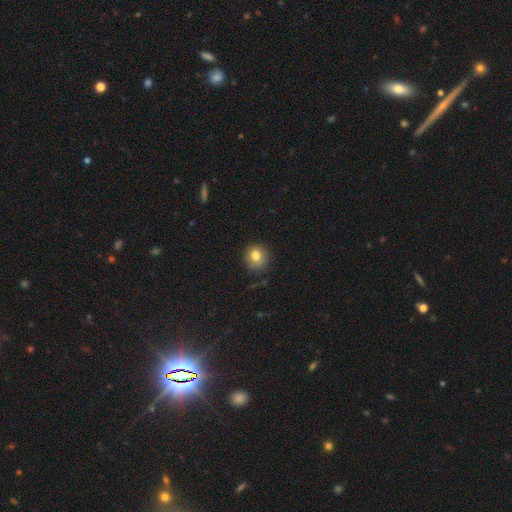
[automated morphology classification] Smooth or featured? Predicted: smooth (p=0.80). How rounded? Predicted: round (p=0.87). Merging? Predicted: none (p=0.82).